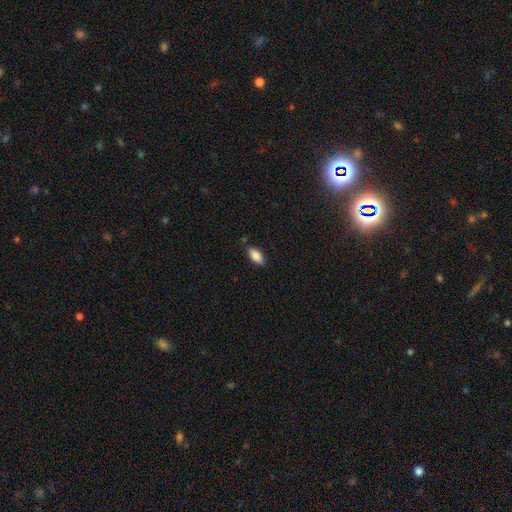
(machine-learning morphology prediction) Smooth or featured? smooth (86%)
How rounded? in between (88%)
Merging? none (83%)